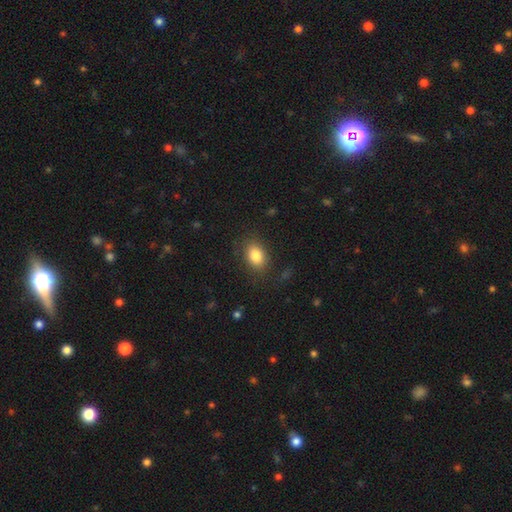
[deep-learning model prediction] Smooth or featured: smooth — 83% (star or artifact — 9%)
How rounded: in between — 75% (round — 24%)
Merging: none — 82% (minor disturbance — 12%)